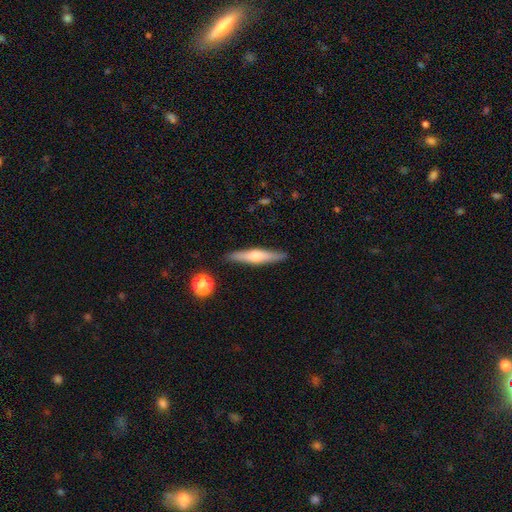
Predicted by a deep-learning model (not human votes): A featured or disk galaxy (54%) viewed edge-on (96%) with a rounded central bulge (89%).

Vote fractions:
- Smooth or featured? featured or disk: 54% / smooth: 40% / star or artifact: 6%
- Edge-on disk? yes: 96% / no: 4%
- Edge-on bulge? rounded: 89% / none: 6% / boxy: 5%
- Merging? none: 89% / minor disturbance: 7% / major disturbance: 2% / merger: 2%